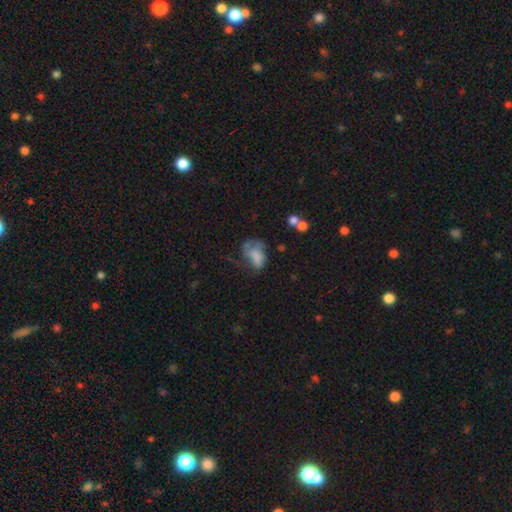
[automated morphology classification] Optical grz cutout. It shows a smooth galaxy with no disk features (59%) that is in between round and cigar-shaped (82%). Merging: major disturbance (43%).